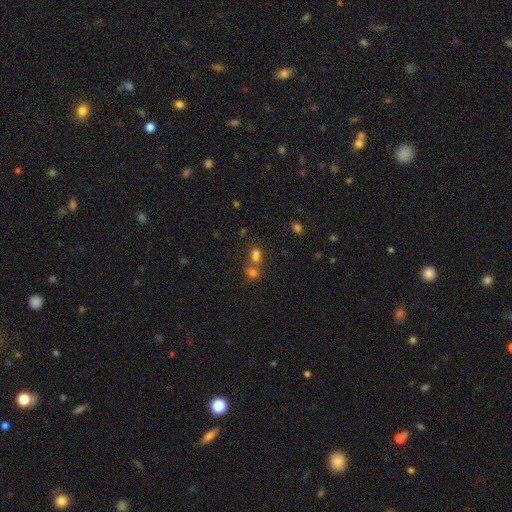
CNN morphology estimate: Smooth or featured? Predicted: smooth (p=0.70). How rounded? Predicted: in between (p=0.56). Merging? Predicted: merger (p=0.54).